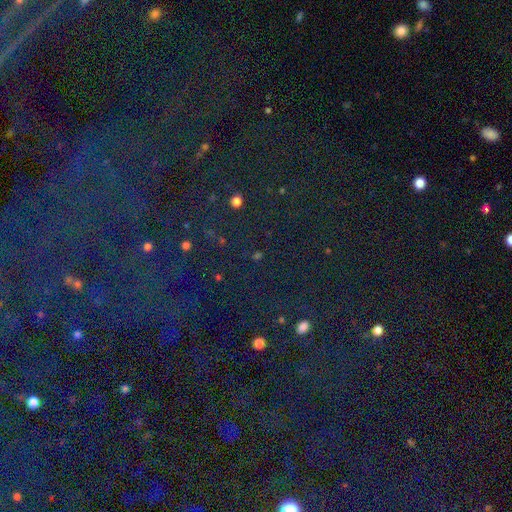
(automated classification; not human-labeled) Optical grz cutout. It shows a star or artifact, not a galaxy (81%).